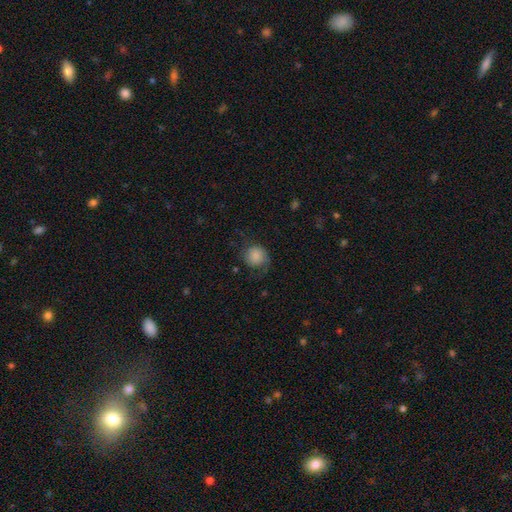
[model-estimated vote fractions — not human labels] smooth-or-featured: smooth: 73% | featured or disk: 19% | star or artifact: 8%
  how-rounded: round: 83% | in between: 16% | cigar-shaped: 1%
  merging: none: 60% | minor disturbance: 23% | major disturbance: 15% | merger: 1%